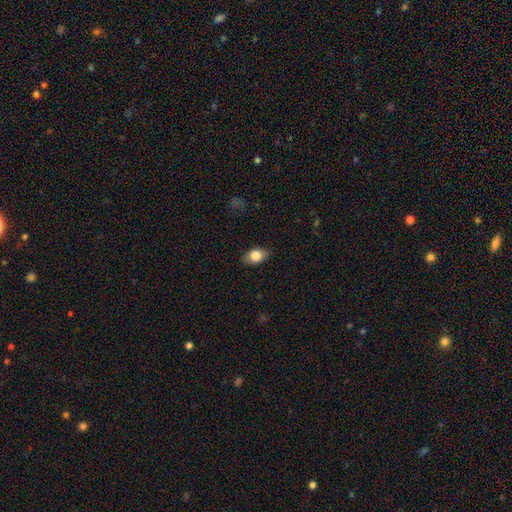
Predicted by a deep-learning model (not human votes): Smooth or featured? Predicted: smooth (p=0.81). How rounded? Predicted: in between (p=0.84). Merging? Predicted: none (p=0.84).